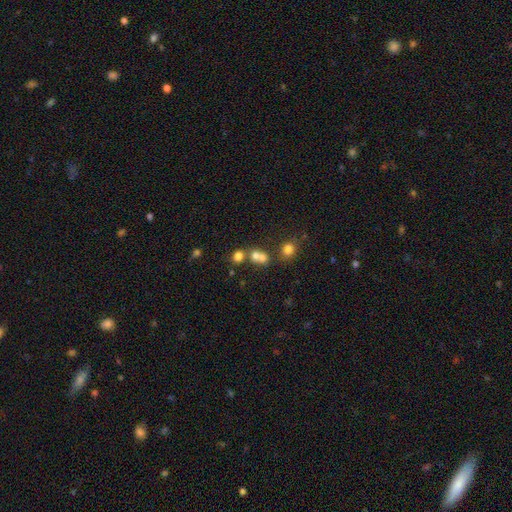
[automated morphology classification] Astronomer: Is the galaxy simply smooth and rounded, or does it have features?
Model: smooth — 68%.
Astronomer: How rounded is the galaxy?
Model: round — 72%.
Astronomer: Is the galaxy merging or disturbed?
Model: merger — 49% (runner-up: none, 39%).